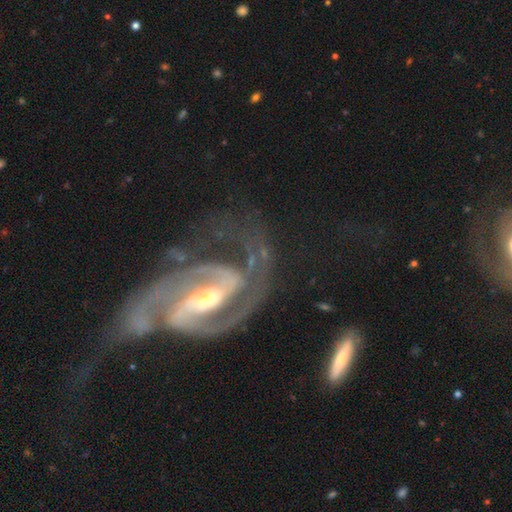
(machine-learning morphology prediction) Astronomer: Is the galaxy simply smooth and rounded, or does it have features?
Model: featured or disk — 93%.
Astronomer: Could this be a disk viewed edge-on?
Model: no — 97%.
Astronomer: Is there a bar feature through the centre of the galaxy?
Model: strong — 53% (runner-up: weak, 35%).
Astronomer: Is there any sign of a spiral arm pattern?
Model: yes — 98%.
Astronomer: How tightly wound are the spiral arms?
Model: medium — 52% (runner-up: tight, 36%).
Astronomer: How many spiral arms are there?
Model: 2 — 89%.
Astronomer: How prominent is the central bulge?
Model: moderate — 54% (runner-up: small, 35%).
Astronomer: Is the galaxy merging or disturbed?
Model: none — 47% (runner-up: major disturbance, 22%).